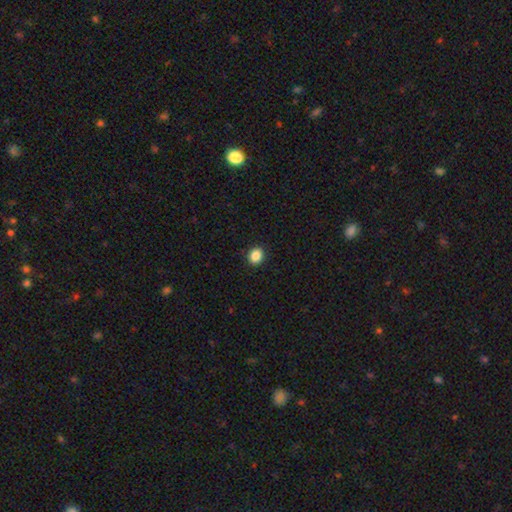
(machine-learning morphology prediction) smooth 87%, star or artifact 10%, featured or disk 3%. Down the decision tree: how rounded — round (67%); merging — none (91%).